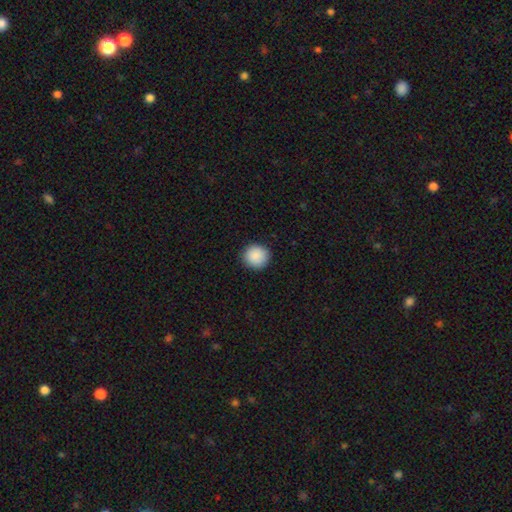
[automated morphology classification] A smooth galaxy with no disk features (89%) that is round (93%).

Vote fractions:
- Smooth or featured? smooth: 89% / star or artifact: 8% / featured or disk: 3%
- How rounded? round: 93% / in between: 6% / cigar-shaped: 1%
- Merging? none: 92% / minor disturbance: 6% / major disturbance: 2% / merger: 1%